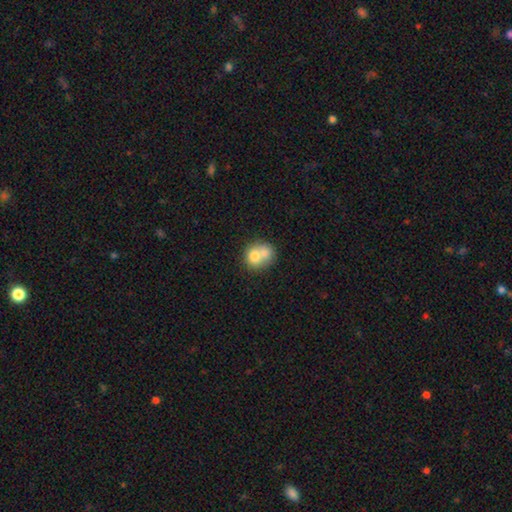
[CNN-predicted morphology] smooth-or-featured: smooth: 71% | featured or disk: 21% | star or artifact: 8%
  how-rounded: round: 68% | in between: 31% | cigar-shaped: 1%
  merging: merger: 64% | none: 25% | minor disturbance: 7% | major disturbance: 3%